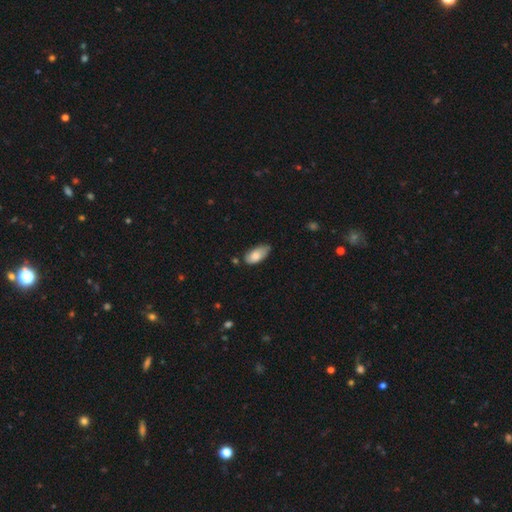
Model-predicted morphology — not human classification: smooth-or-featured: smooth: 81% | featured or disk: 13% | star or artifact: 7%
  how-rounded: in between: 92% | cigar-shaped: 6% | round: 2%
  merging: none: 54% | minor disturbance: 36% | major disturbance: 6% | merger: 4%